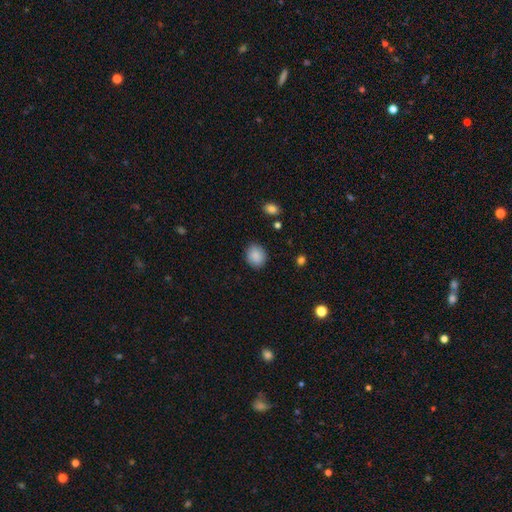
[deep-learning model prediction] A smooth galaxy with no disk features (88%) that is round (62%).

Vote fractions:
- Smooth or featured? smooth: 88% / star or artifact: 8% / featured or disk: 4%
- How rounded? round: 62% / in between: 37% / cigar-shaped: 1%
- Merging? none: 86% / minor disturbance: 10% / major disturbance: 3% / merger: 1%